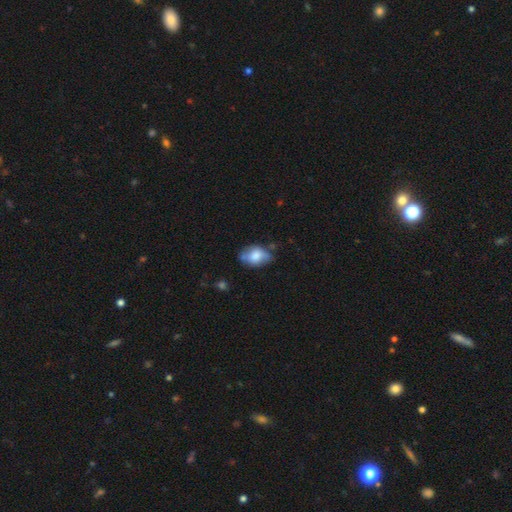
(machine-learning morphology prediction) smooth-or-featured: smooth: 70% | featured or disk: 23% | star or artifact: 8%
  how-rounded: in between: 81% | round: 17% | cigar-shaped: 2%
  merging: none: 54% | minor disturbance: 31% | major disturbance: 8% | merger: 7%